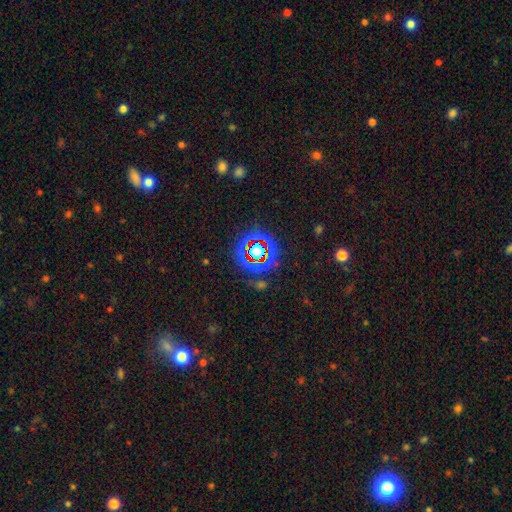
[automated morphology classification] smooth-or-featured: star or artifact: 75% | smooth: 15% | featured or disk: 10%